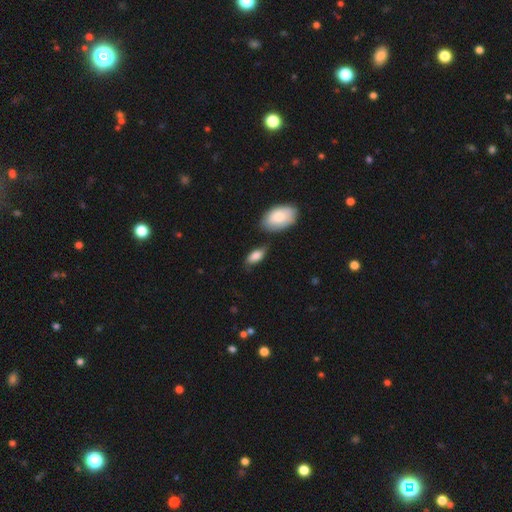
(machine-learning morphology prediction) Smooth or featured? Predicted: smooth (p=0.82). How rounded? Predicted: in between (p=0.90). Merging? Predicted: none (p=0.66).